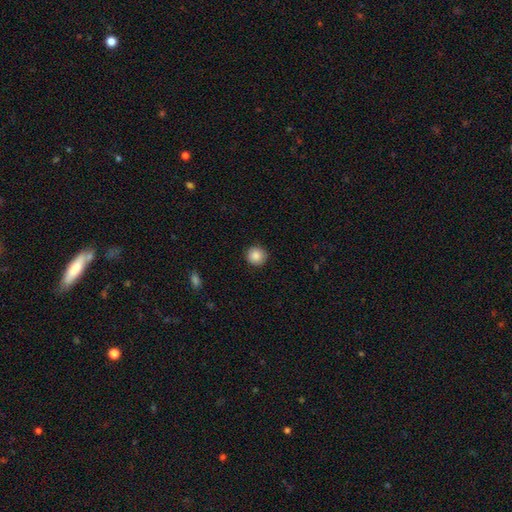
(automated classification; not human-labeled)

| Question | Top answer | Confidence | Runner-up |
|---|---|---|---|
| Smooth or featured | smooth | 87% | star or artifact (9%) |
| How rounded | round | 94% | in between (6%) |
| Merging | none | 90% | minor disturbance (7%) |